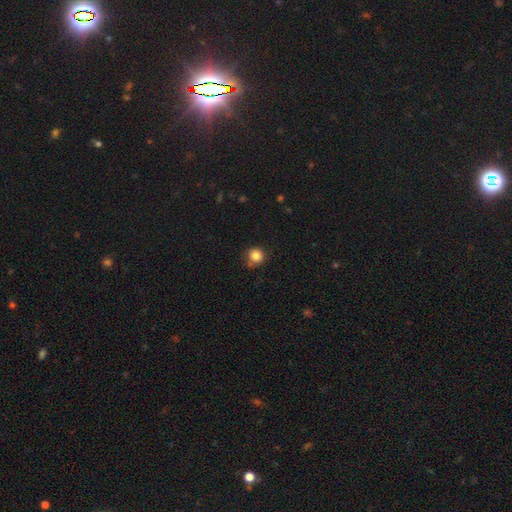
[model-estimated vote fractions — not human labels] Overall: smooth (84%). How rounded: round (91%). Merging: none (77%).